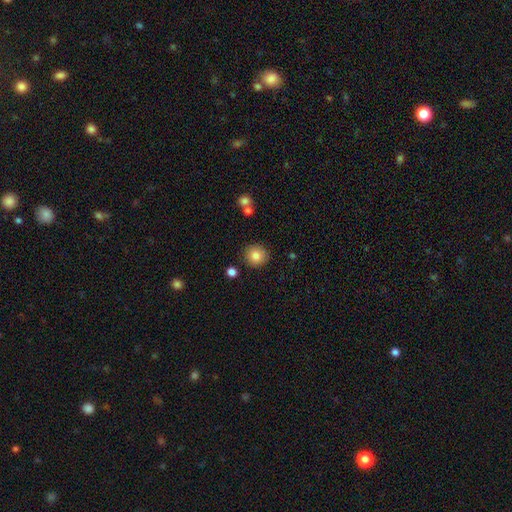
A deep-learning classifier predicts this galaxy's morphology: smooth 84%, star or artifact 9%, featured or disk 7%. Down the decision tree: how rounded — round (91%); merging — none (88%).